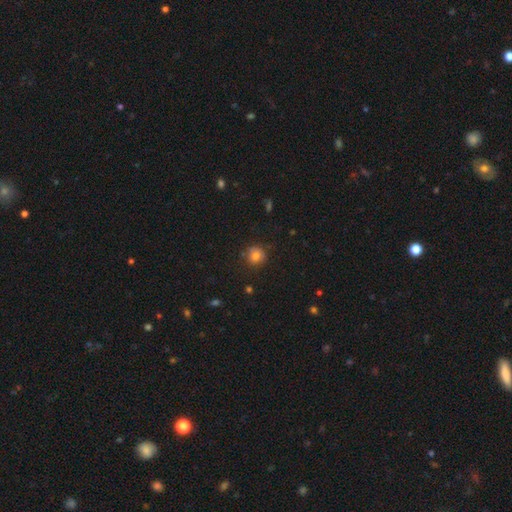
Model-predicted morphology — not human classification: Smooth or featured?
  - smooth: 78% *
  - star or artifact: 12%
  - featured or disk: 10%
How rounded?
  - round: 89% *
  - in between: 10%
  - cigar-shaped: 1%
Merging?
  - none: 81% *
  - minor disturbance: 14%
  - major disturbance: 3%
  - merger: 2%